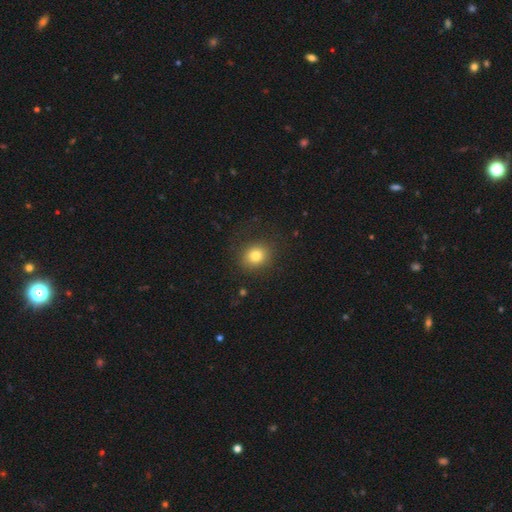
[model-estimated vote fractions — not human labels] The model was most divided on "how rounded": round: 73%, in between: 26%, cigar-shaped: 1%. More confident: merging — none (84%); smooth or featured — smooth (79%).